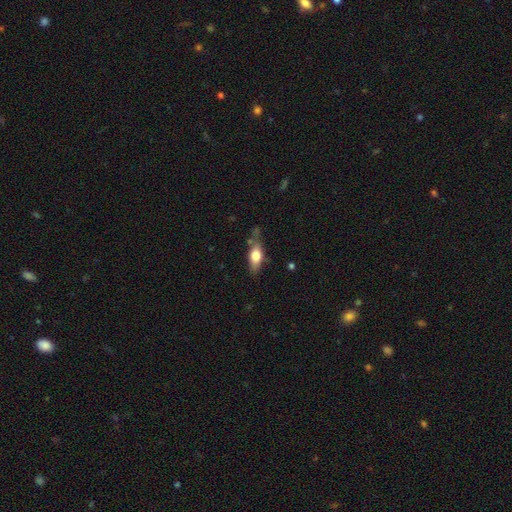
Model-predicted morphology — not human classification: Smooth or featured? Predicted: smooth (p=0.64). How rounded? Predicted: in between (p=0.70). Merging? Predicted: none (p=0.61).